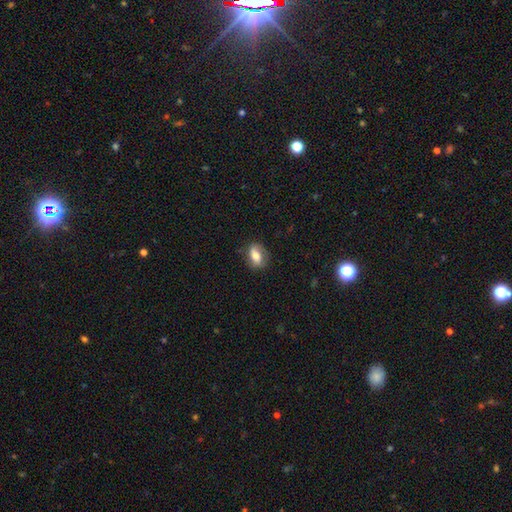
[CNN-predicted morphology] A smooth galaxy with no disk features (63%) that is in between round and cigar-shaped (78%).

Vote fractions:
- Smooth or featured? smooth: 63% / featured or disk: 29% / star or artifact: 8%
- How rounded? in between: 78% / round: 17% / cigar-shaped: 4%
- Merging? none: 75% / minor disturbance: 18% / major disturbance: 6% / merger: 1%